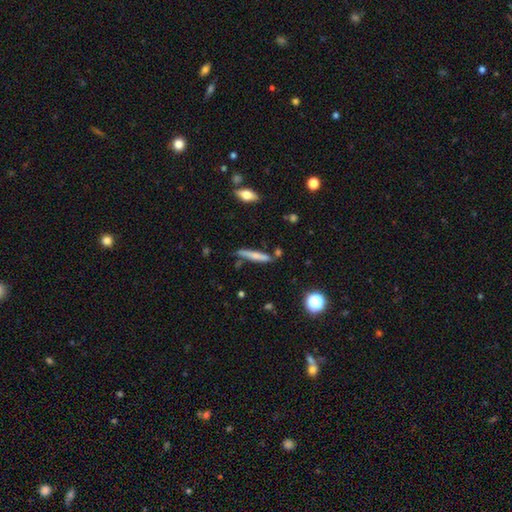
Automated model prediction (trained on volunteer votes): Smooth or featured? smooth (63%)
How rounded? cigar-shaped (91%)
Merging? none (74%)